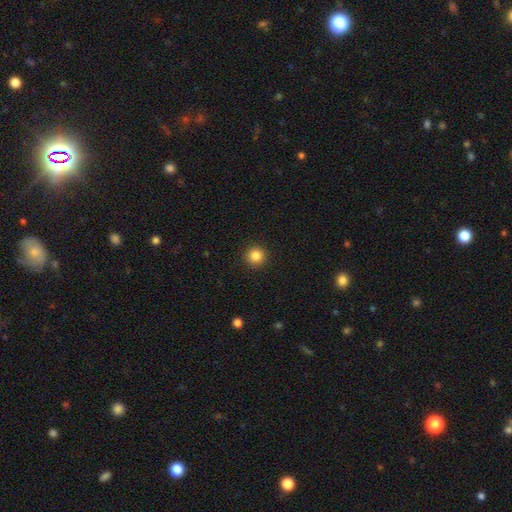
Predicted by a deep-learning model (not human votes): Smooth or featured?
  - smooth: 85% *
  - star or artifact: 11%
  - featured or disk: 4%
How rounded?
  - round: 95% *
  - in between: 4%
  - cigar-shaped: 1%
Merging?
  - none: 93% *
  - minor disturbance: 5%
  - major disturbance: 2%
  - merger: 1%